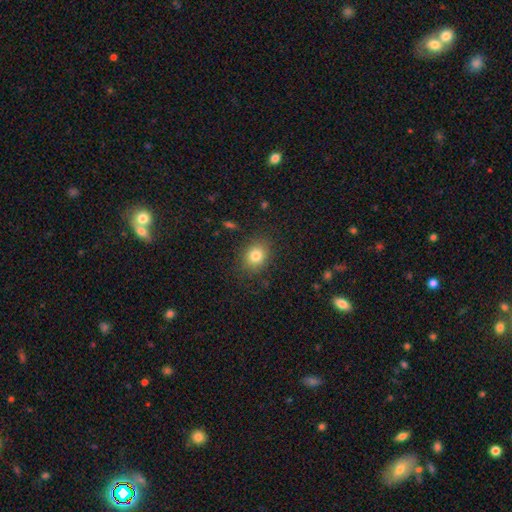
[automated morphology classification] Smooth or featured? smooth (81%)
How rounded? round (53%)
Merging? none (85%)